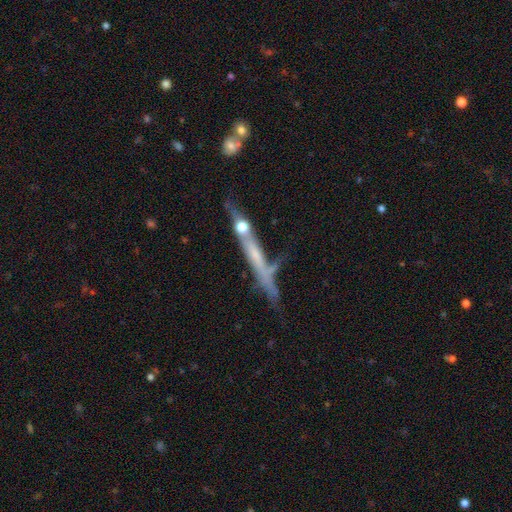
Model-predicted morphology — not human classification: This is possibly a featured or disk galaxy (58%). It is clearly viewed edge-on (82%). Merging: possibly none (46%).